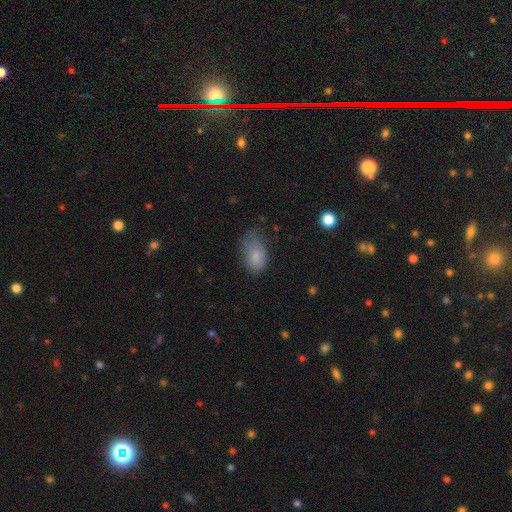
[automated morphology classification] Smooth or featured?
  - smooth: 80% *
  - featured or disk: 12%
  - star or artifact: 8%
How rounded?
  - in between: 91% *
  - round: 8%
  - cigar-shaped: 2%
Merging?
  - none: 40% *
  - minor disturbance: 39%
  - major disturbance: 19%
  - merger: 2%